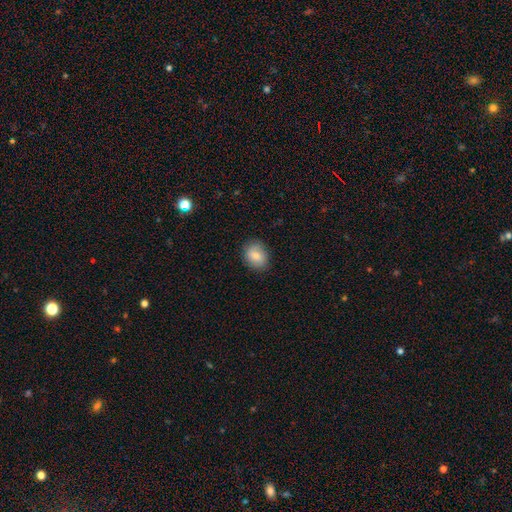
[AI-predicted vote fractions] The model was most divided on "how rounded": in between: 57%, round: 42%, cigar-shaped: 1%. More confident: merging — none (83%); smooth or featured — smooth (81%).